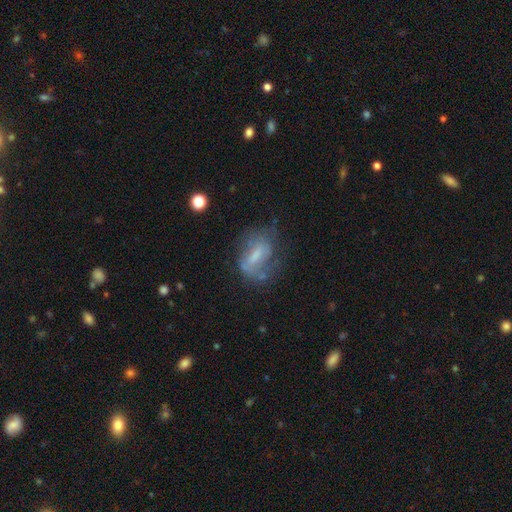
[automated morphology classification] A featured or disk galaxy (54%) with a weak bar (45%), spiral arms (55%) and a small central bulge (33%). Merging: none (45%).